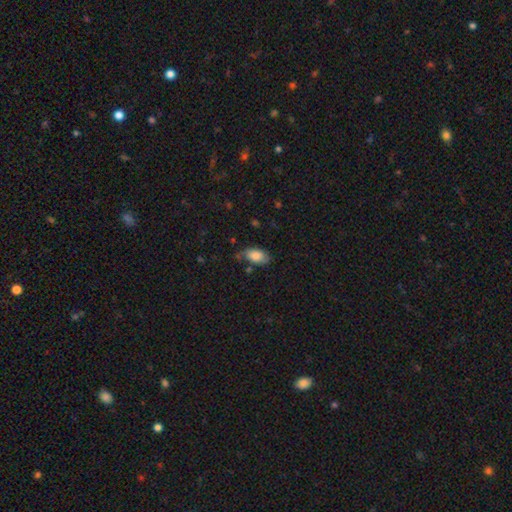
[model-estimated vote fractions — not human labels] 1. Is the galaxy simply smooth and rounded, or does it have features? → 84% smooth, 9% featured or disk, 7% star or artifact.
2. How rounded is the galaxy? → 93% in between, 4% round, 3% cigar-shaped.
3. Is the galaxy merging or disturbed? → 65% none, 26% minor disturbance, 6% major disturbance, 4% merger.